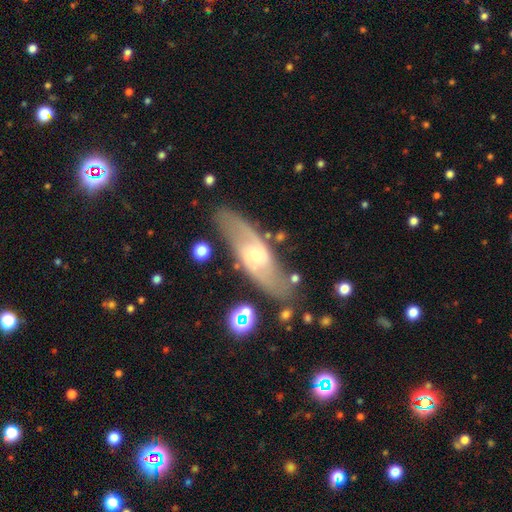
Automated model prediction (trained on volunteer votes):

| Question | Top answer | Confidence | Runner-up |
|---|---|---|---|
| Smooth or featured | featured or disk | 77% | smooth (16%) |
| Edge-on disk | no | 84% | yes (16%) |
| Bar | no | 62% | weak (30%) |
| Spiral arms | yes | 87% | no (13%) |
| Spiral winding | medium | 45% | loose (35%) |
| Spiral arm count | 2 | 85% | can't tell (10%) |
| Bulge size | small | 64% | moderate (30%) |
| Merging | none | 77% | minor disturbance (14%) |